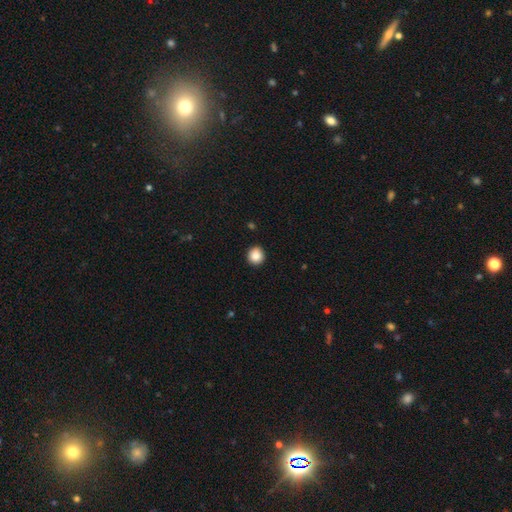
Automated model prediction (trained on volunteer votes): smooth 86%, star or artifact 9%, featured or disk 4%. Down the decision tree: how rounded — round (92%); merging — none (92%).